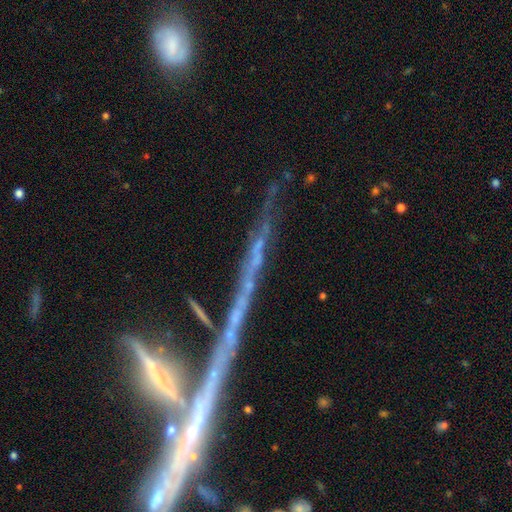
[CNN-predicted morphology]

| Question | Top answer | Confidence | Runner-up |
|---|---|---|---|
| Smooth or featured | featured or disk | 45% | star or artifact (40%) |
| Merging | none | 55% | merger (16%) |